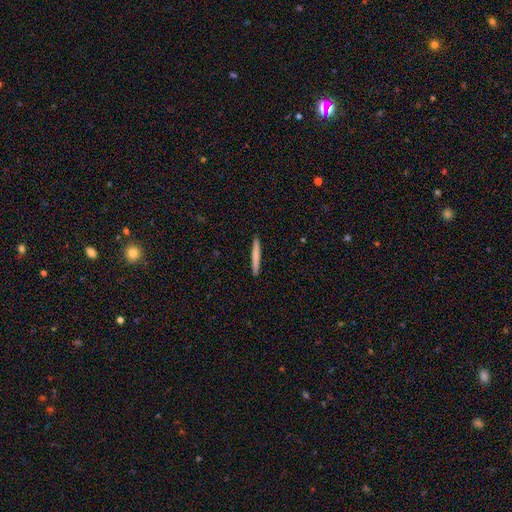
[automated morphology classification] The model was most divided on "smooth or featured": smooth: 73%, featured or disk: 22%, star or artifact: 5%. More confident: how rounded — cigar-shaped (97%); merging — none (93%).